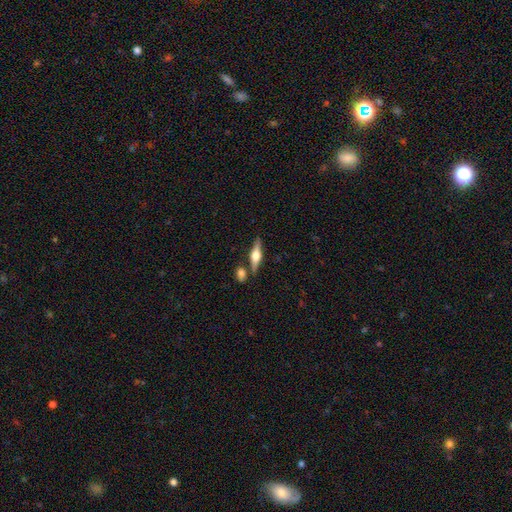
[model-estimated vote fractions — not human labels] Smooth or featured? Predicted: featured or disk (p=0.70). Edge-on disk? Predicted: yes (p=0.97). Edge-on bulge? Predicted: rounded (p=0.92). Merging? Predicted: none (p=0.78).